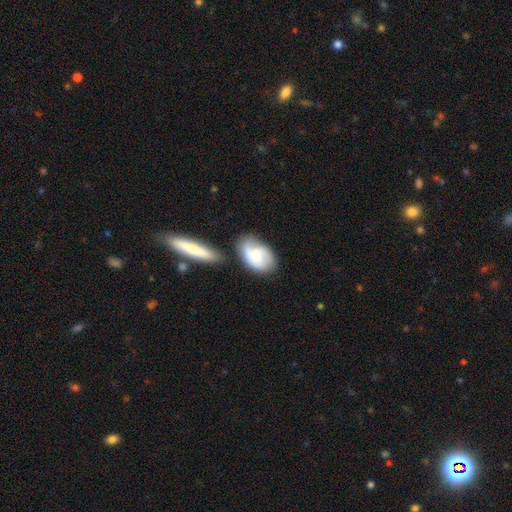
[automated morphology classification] type=smooth (47%); merging=none (51%).